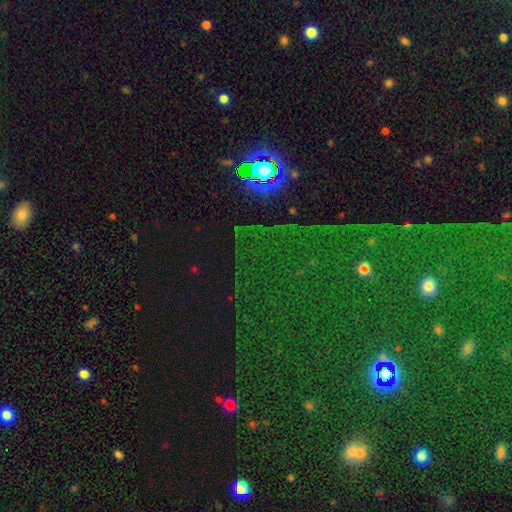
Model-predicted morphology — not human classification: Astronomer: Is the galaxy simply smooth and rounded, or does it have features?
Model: star or artifact — 80%.